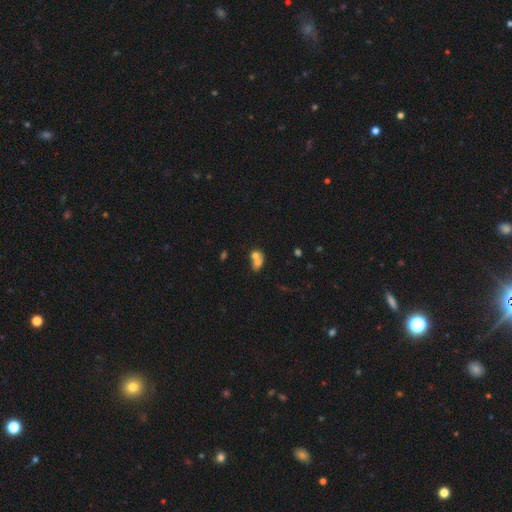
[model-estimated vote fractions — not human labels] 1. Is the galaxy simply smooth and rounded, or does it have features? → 64% smooth, 24% featured or disk, 12% star or artifact.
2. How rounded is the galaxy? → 52% round, 46% in between, 2% cigar-shaped.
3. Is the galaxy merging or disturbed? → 69% merger, 21% none, 6% minor disturbance, 4% major disturbance.